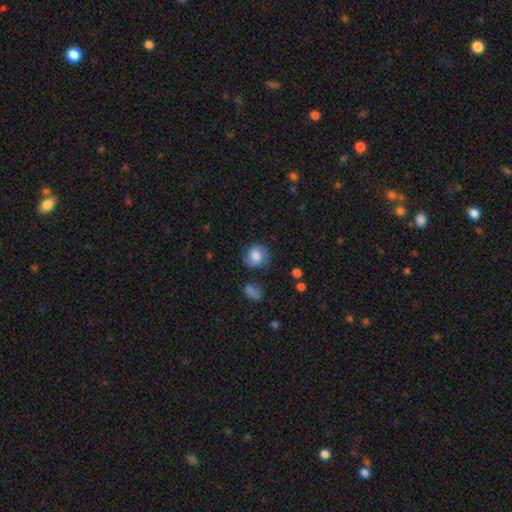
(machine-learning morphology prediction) type=smooth (79%); roundness=round (74%); merging=none (64%).